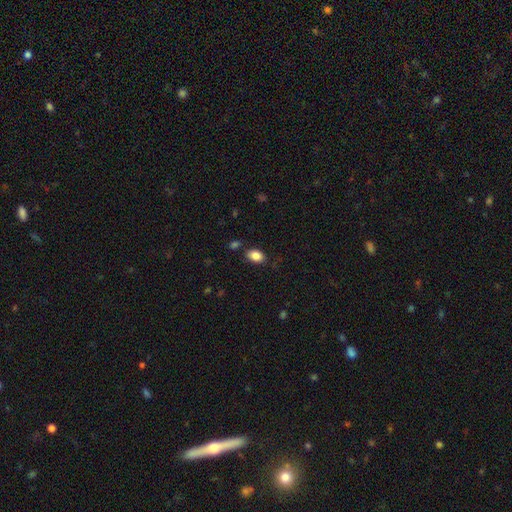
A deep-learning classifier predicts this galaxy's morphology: type=smooth (86%); roundness=in between (86%); merging=none (80%).